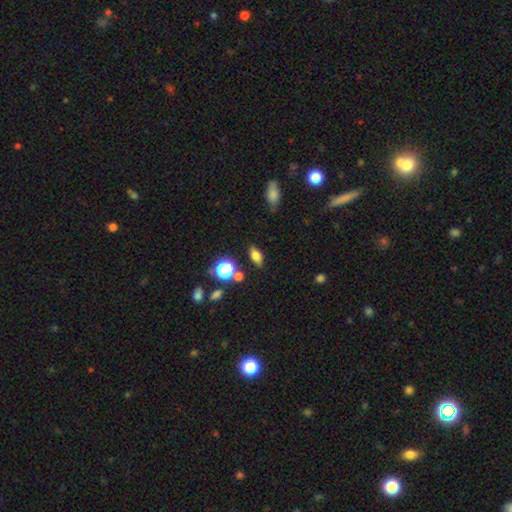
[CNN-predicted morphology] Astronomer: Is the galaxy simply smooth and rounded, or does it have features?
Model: smooth — 68%.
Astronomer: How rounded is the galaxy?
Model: in between — 75%.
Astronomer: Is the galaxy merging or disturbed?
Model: none — 81%.